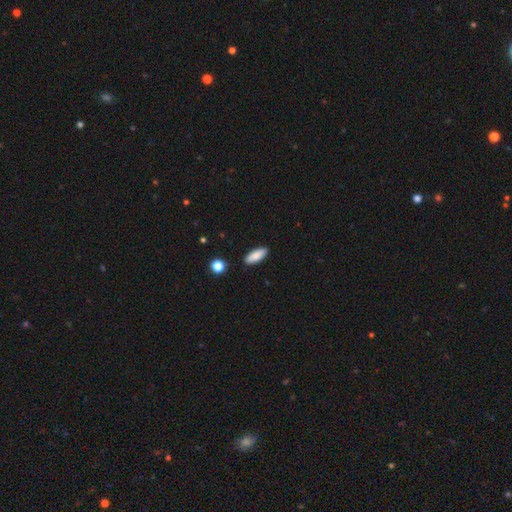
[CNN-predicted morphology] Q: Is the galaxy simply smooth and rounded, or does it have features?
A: smooth — 85%.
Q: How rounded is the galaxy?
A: in between — 70%.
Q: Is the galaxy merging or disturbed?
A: none — 88%.